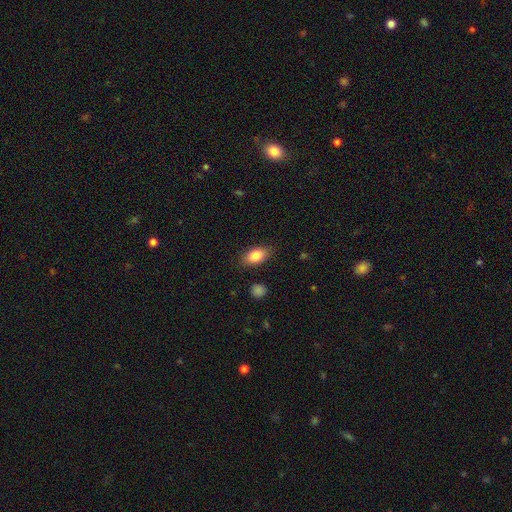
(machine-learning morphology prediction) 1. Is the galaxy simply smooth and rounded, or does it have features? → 83% smooth, 10% featured or disk, 7% star or artifact.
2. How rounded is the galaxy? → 89% in between, 6% round, 5% cigar-shaped.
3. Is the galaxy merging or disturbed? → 85% none, 11% minor disturbance, 3% major disturbance, 1% merger.